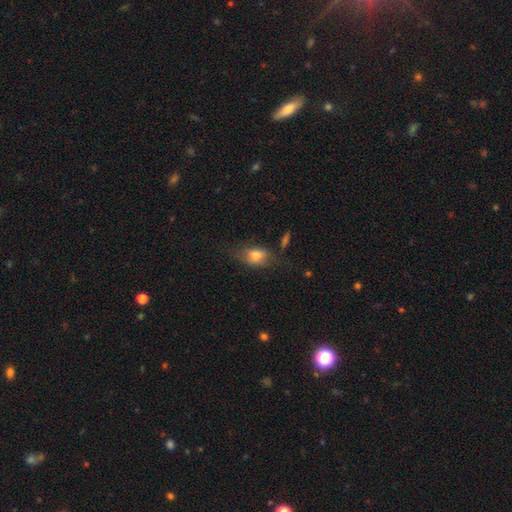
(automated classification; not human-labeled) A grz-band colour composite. It shows a smooth galaxy with no disk features (72%) that is in between round and cigar-shaped (78%). Merging: none (59%).